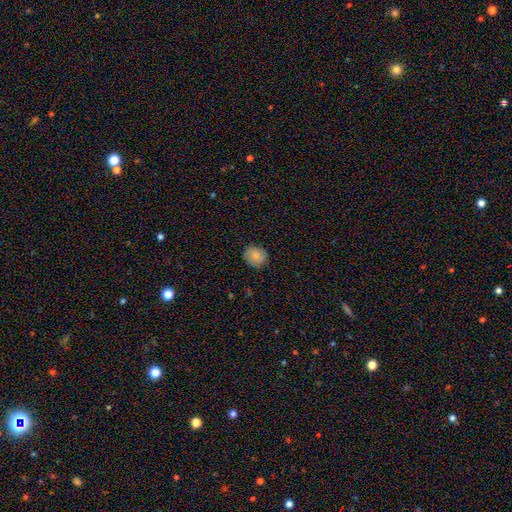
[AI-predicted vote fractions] Smooth or featured: smooth — 84% (featured or disk — 8%)
How rounded: round — 67% (in between — 32%)
Merging: none — 83% (minor disturbance — 13%)